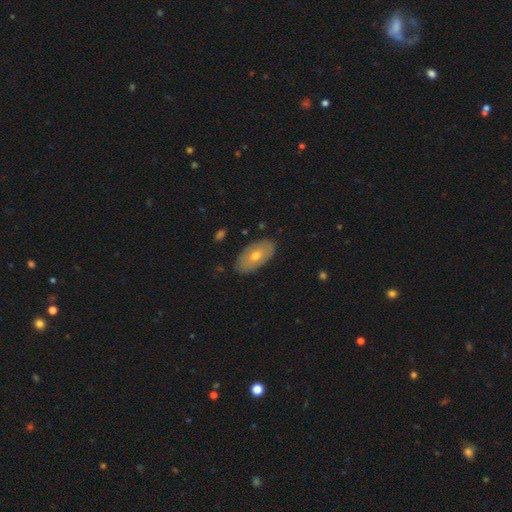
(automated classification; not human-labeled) This is possibly a smooth galaxy (52%). How rounded: clearly in between (93%). Merging: clearly none (85%).